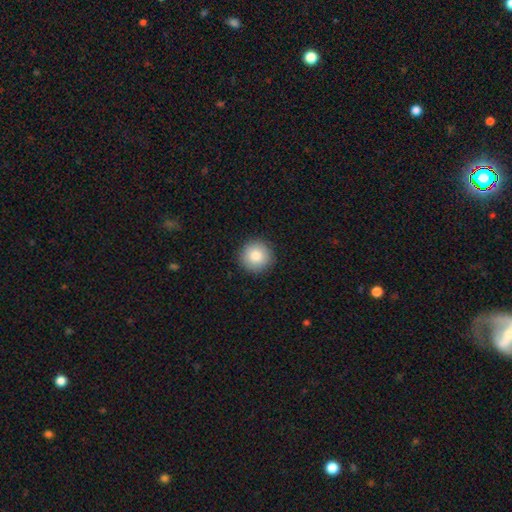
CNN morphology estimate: A smooth galaxy with no disk features (85%) that is round (95%). Merging: none (92%).